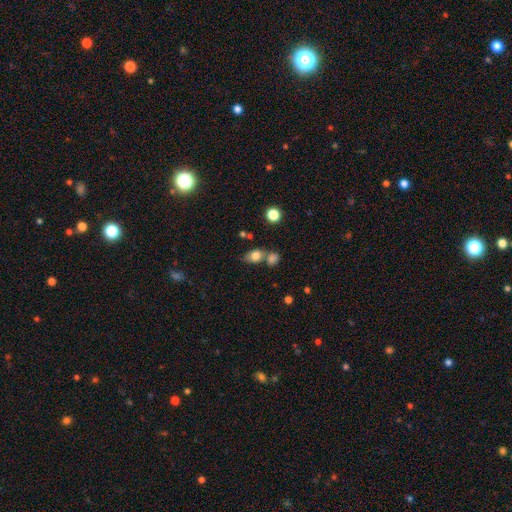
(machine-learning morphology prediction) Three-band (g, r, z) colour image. It shows a smooth galaxy with no disk features (78%) that is in between round and cigar-shaped (66%). Merging: none (46%).